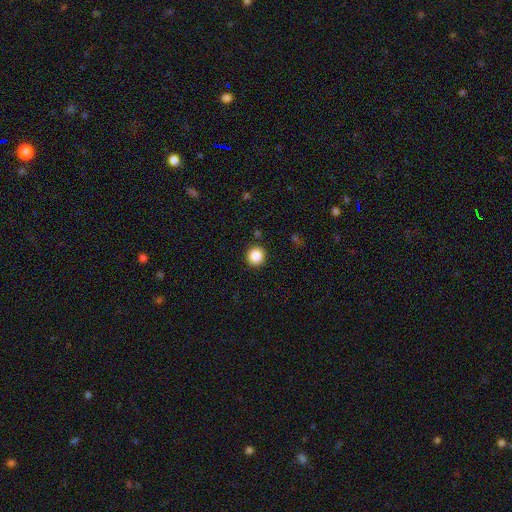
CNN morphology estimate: A smooth galaxy with no disk features (87%) that is round (92%).

Vote fractions:
- Smooth or featured? smooth: 87% / star or artifact: 10% / featured or disk: 4%
- How rounded? round: 92% / in between: 7% / cigar-shaped: 1%
- Merging? none: 91% / minor disturbance: 6% / major disturbance: 2% / merger: 2%